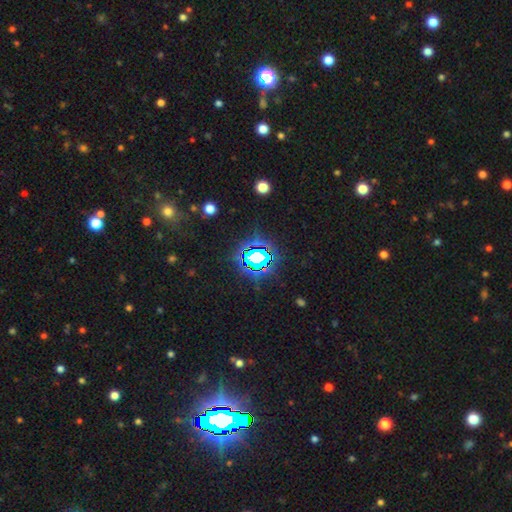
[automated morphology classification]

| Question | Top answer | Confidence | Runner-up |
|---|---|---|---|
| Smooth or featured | star or artifact | 75% | smooth (13%) |